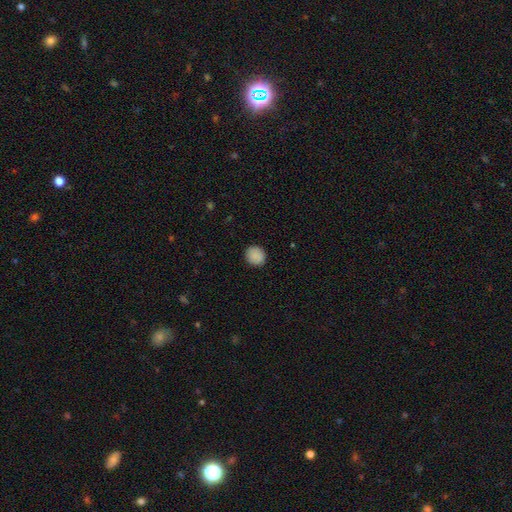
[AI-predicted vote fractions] Morphology: type=smooth (88%); roundness=round (87%); merging=none (89%).